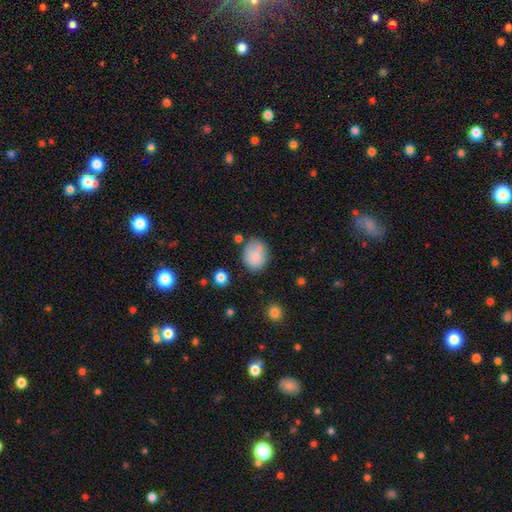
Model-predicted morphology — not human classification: type=smooth (82%); roundness=round (61%); merging=none (63%).